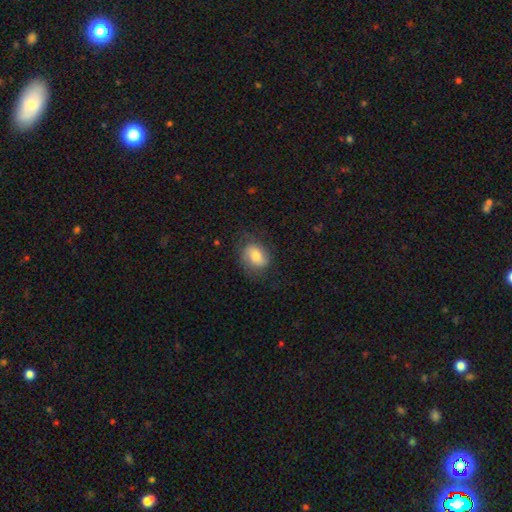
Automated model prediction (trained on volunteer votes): The model was most divided on "how rounded": in between: 60%, round: 39%, cigar-shaped: 1%. More confident: smooth or featured — smooth (70%); merging — none (69%).